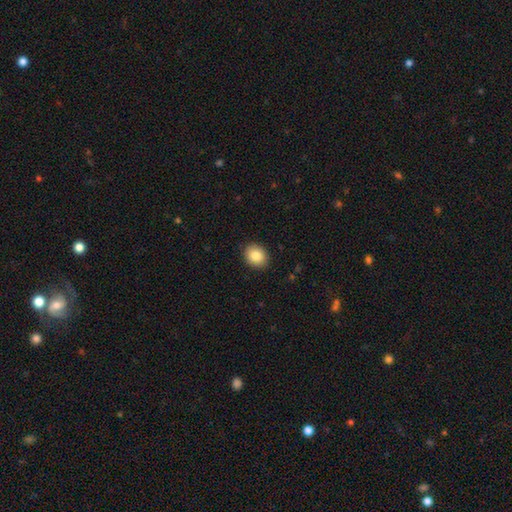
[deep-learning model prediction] Smooth or featured? smooth (85%)
How rounded? round (62%)
Merging? none (90%)